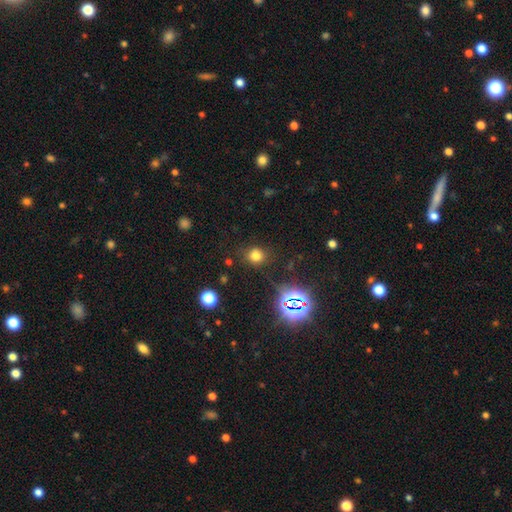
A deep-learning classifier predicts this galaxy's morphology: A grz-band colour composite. It shows a smooth galaxy with no disk features (71%) that is round (84%). Merging: none (81%).